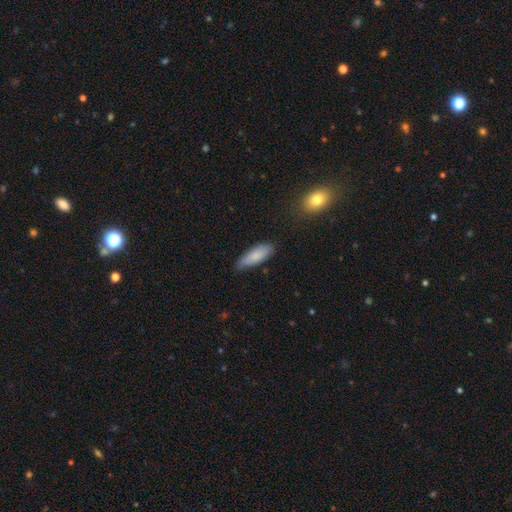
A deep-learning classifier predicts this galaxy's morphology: The model was most divided on "how rounded": in between: 62%, cigar-shaped: 36%, round: 2%. More confident: smooth or featured — smooth (82%); merging — none (70%).